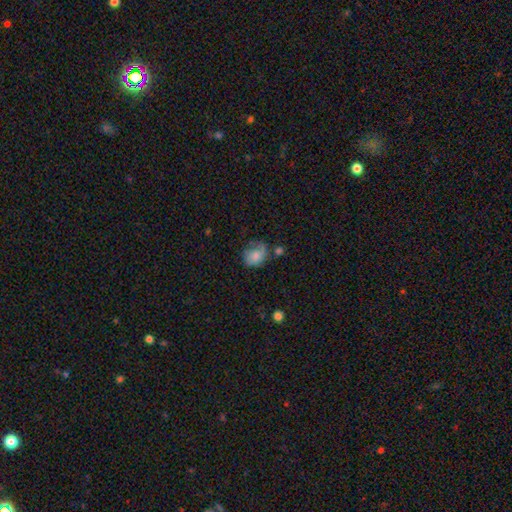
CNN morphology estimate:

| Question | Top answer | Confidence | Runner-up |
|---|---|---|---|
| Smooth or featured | smooth | 58% | featured or disk (33%) |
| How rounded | round | 52% | in between (47%) |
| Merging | none | 44% | minor disturbance (29%) |